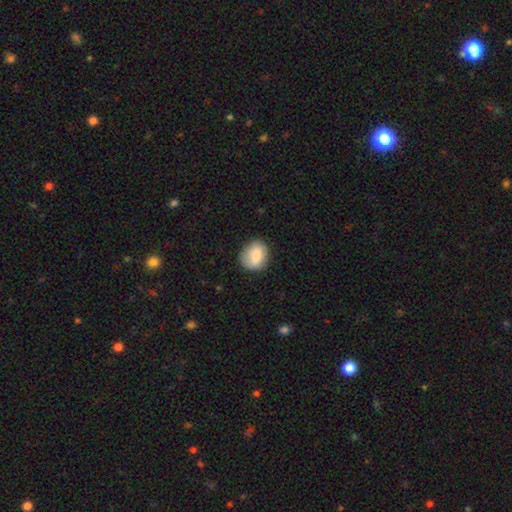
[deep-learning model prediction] This is clearly a smooth galaxy (83%). How rounded: possibly round (58%). Merging: likely none (75%).